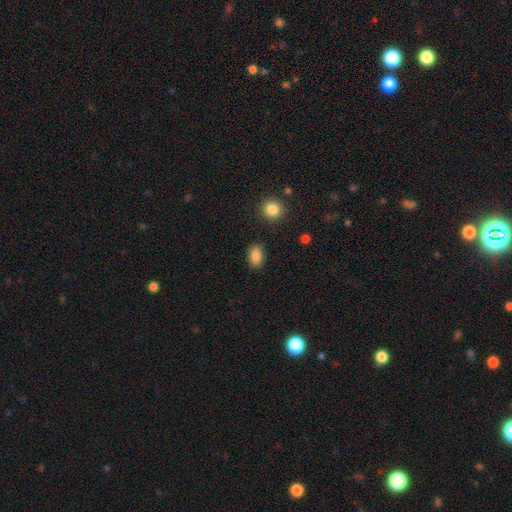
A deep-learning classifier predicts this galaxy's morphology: A smooth galaxy with no disk features (87%) that is in between round and cigar-shaped (85%). Merging: none (87%).